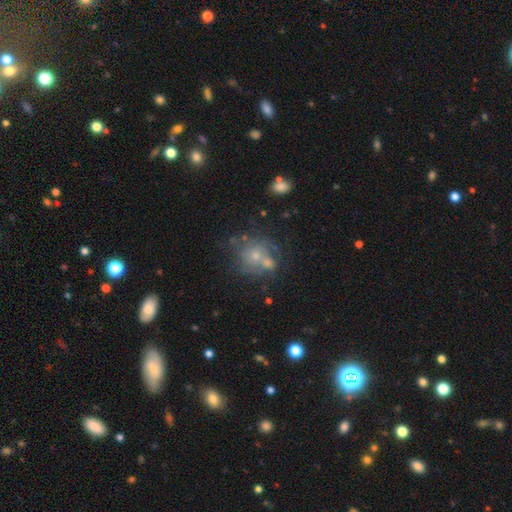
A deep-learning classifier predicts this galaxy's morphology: Smooth or featured?
  - smooth: 42% *
  - featured or disk: 35%
  - star or artifact: 23%
Merging?
  - none: 51% *
  - merger: 26%
  - minor disturbance: 14%
  - major disturbance: 8%